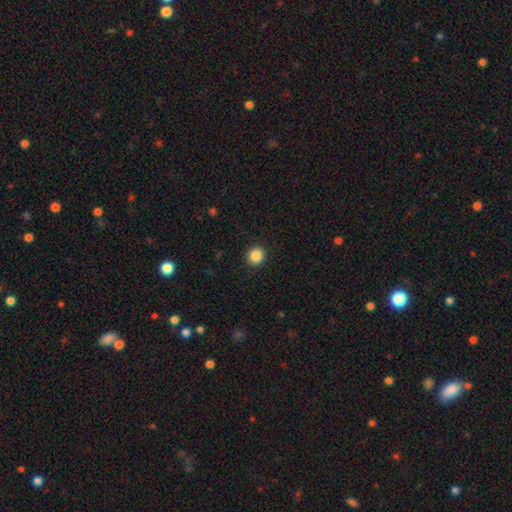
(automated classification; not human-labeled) Smooth or featured: smooth — 86% (star or artifact — 10%)
How rounded: round — 89% (in between — 10%)
Merging: none — 92% (minor disturbance — 5%)